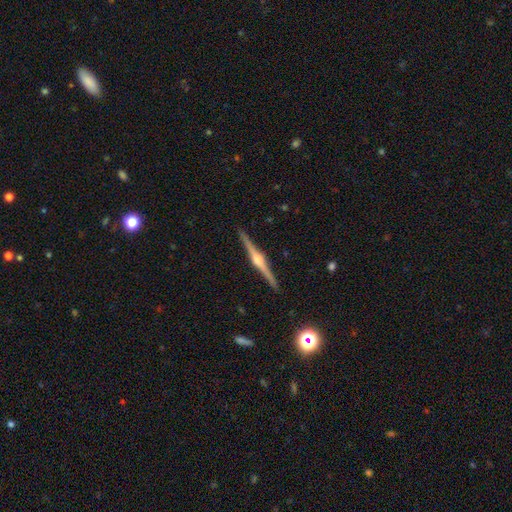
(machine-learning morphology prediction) A featured or disk galaxy (87%) viewed edge-on (99%) with a rounded central bulge (91%).

Vote fractions:
- Smooth or featured? featured or disk: 87% / smooth: 8% / star or artifact: 5%
- Edge-on disk? yes: 99% / no: 1%
- Edge-on bulge? rounded: 91% / boxy: 6% / none: 3%
- Merging? none: 93% / minor disturbance: 5% / major disturbance: 1% / merger: 1%